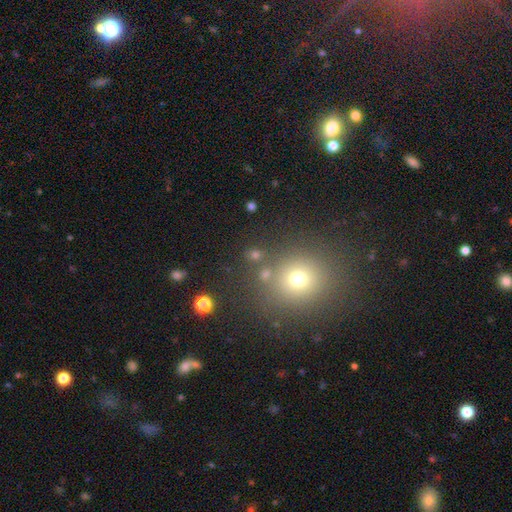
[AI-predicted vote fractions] smooth 63%, star or artifact 29%, featured or disk 9%. Down the decision tree: how rounded — round (86%); merging — none (79%).